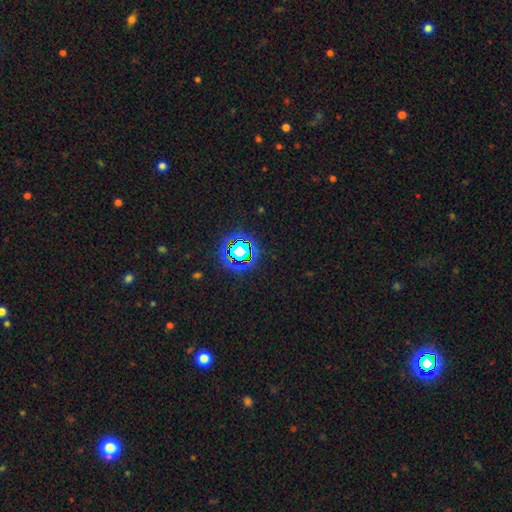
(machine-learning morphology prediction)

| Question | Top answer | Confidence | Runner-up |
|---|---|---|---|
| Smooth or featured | star or artifact | 73% | smooth (18%) |